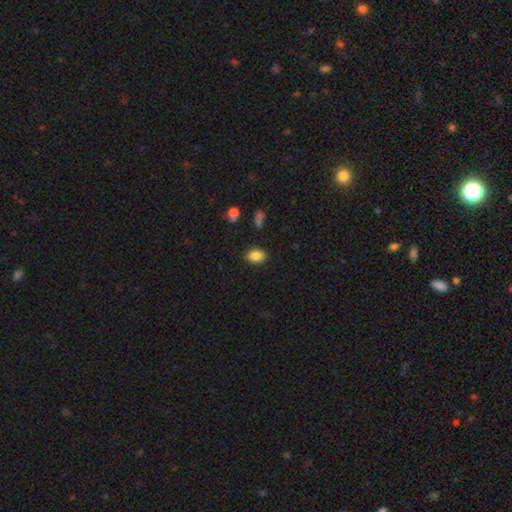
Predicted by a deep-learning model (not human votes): smooth-or-featured: smooth: 87% | star or artifact: 9% | featured or disk: 4%
  how-rounded: in between: 83% | round: 15% | cigar-shaped: 1%
  merging: none: 86% | minor disturbance: 10% | major disturbance: 3% | merger: 2%